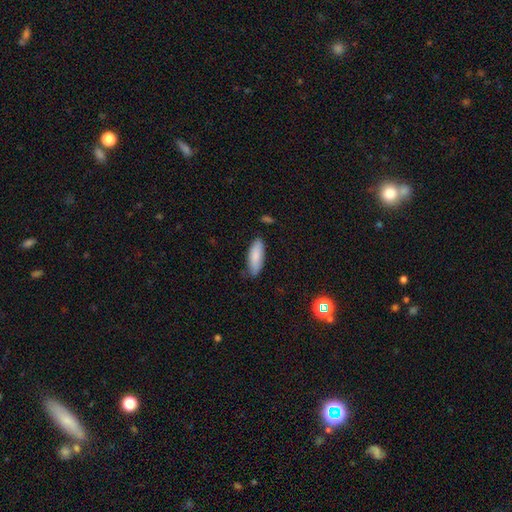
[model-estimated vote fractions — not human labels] smooth-or-featured: smooth: 85% | featured or disk: 9% | star or artifact: 6%
  how-rounded: in between: 65% | cigar-shaped: 33% | round: 2%
  merging: none: 78% | minor disturbance: 17% | major disturbance: 3% | merger: 2%